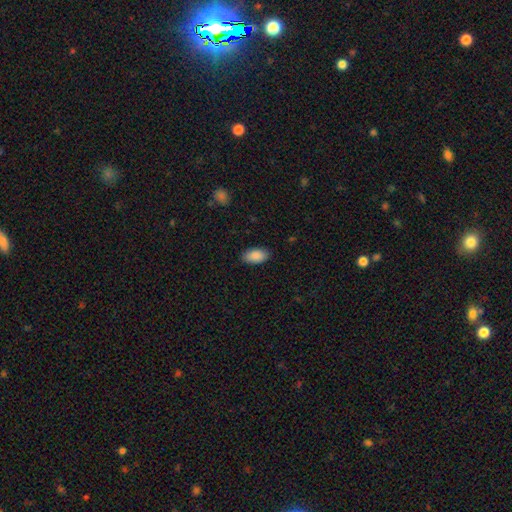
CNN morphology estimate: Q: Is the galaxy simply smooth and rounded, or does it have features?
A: smooth — 90%.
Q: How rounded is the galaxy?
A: in between — 94%.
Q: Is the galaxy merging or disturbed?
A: none — 86%.